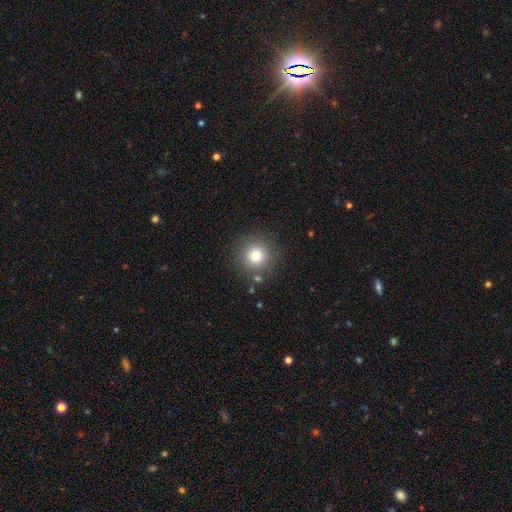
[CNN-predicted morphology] Smooth or featured?
  - smooth: 77% *
  - star or artifact: 14%
  - featured or disk: 9%
How rounded?
  - round: 95% *
  - in between: 4%
  - cigar-shaped: 1%
Merging?
  - none: 86% *
  - minor disturbance: 7%
  - merger: 4%
  - major disturbance: 3%